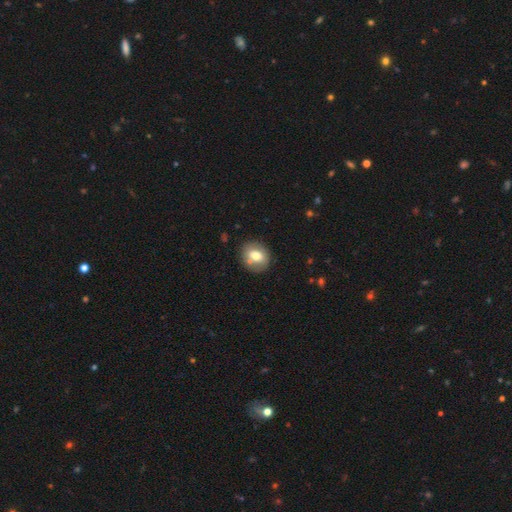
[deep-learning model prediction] The model was most divided on "how rounded": round: 65%, in between: 34%, cigar-shaped: 1%. More confident: merging — none (76%); smooth or featured — smooth (69%).